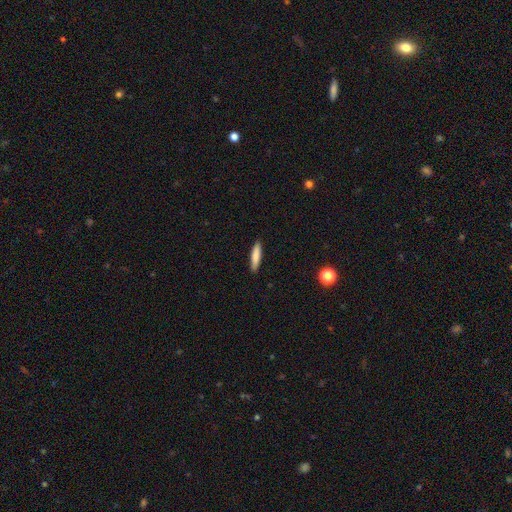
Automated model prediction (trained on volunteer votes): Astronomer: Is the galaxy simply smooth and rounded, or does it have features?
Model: smooth — 83%.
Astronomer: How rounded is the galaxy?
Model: cigar-shaped — 83%.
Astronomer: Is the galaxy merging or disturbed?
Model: none — 91%.